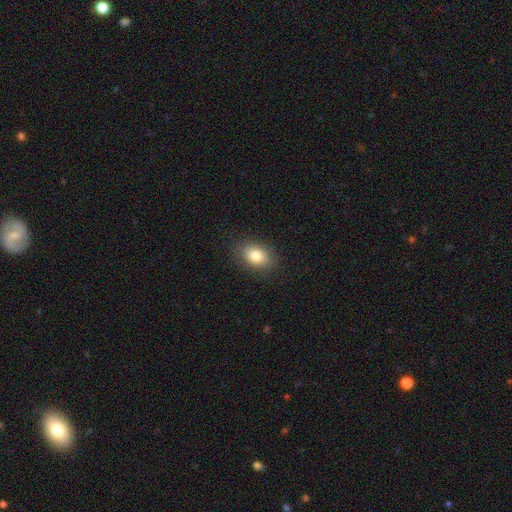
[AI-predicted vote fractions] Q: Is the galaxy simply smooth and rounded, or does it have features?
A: smooth — 82%.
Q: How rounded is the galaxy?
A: in between — 83%.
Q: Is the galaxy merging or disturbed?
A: none — 87%.